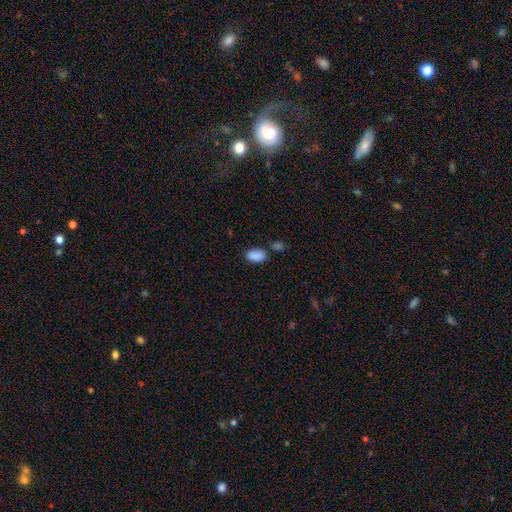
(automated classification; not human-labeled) Smooth or featured: smooth — 88% (star or artifact — 8%)
How rounded: in between — 93% (round — 5%)
Merging: none — 66% (minor disturbance — 15%)